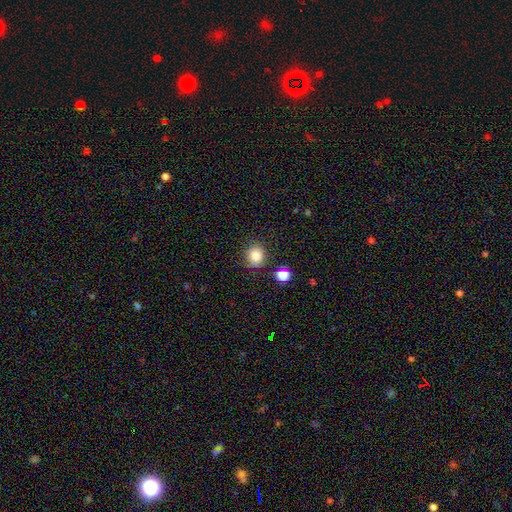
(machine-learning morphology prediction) smooth 83%, star or artifact 12%, featured or disk 5%. Down the decision tree: how rounded — round (81%); merging — none (81%).